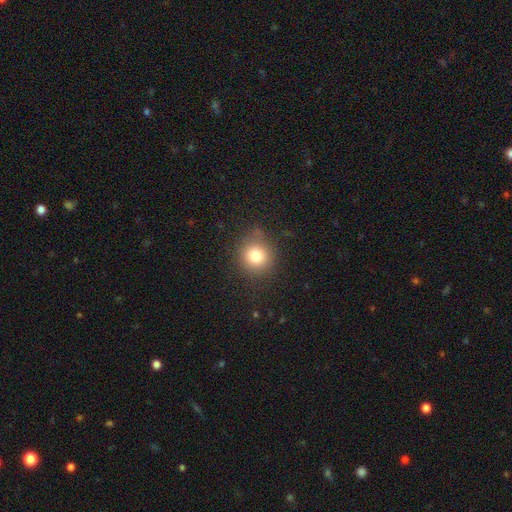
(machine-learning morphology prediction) Overall: smooth (78%). How rounded: round (89%). Merging: none (79%).